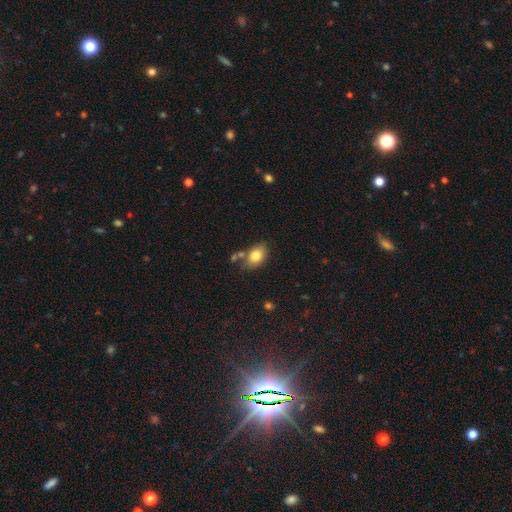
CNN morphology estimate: smooth-or-featured: smooth: 80% | featured or disk: 11% | star or artifact: 9%
  how-rounded: in between: 80% | round: 18% | cigar-shaped: 1%
  merging: none: 65% | minor disturbance: 18% | merger: 12% | major disturbance: 5%